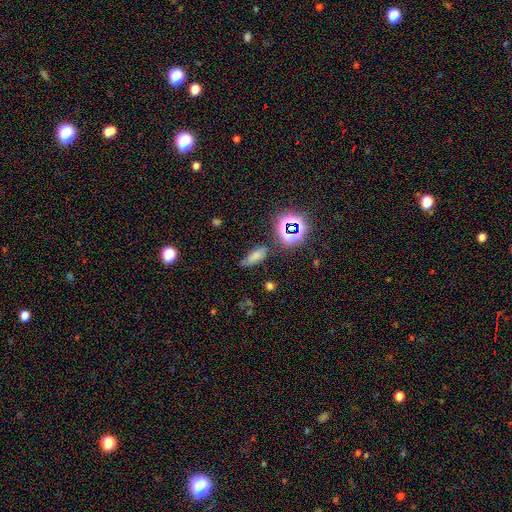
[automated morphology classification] smooth-or-featured: smooth: 64% | star or artifact: 25% | featured or disk: 11%
  how-rounded: in between: 69% | cigar-shaped: 24% | round: 7%
  merging: none: 61% | minor disturbance: 25% | major disturbance: 8% | merger: 6%